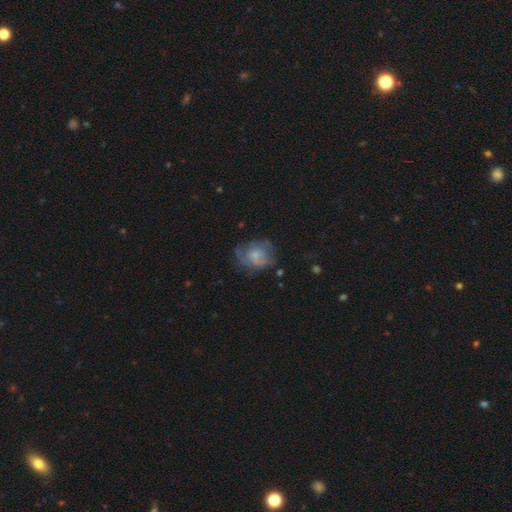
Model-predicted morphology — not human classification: A smooth galaxy with no disk features (46%). Merging: none (52%).